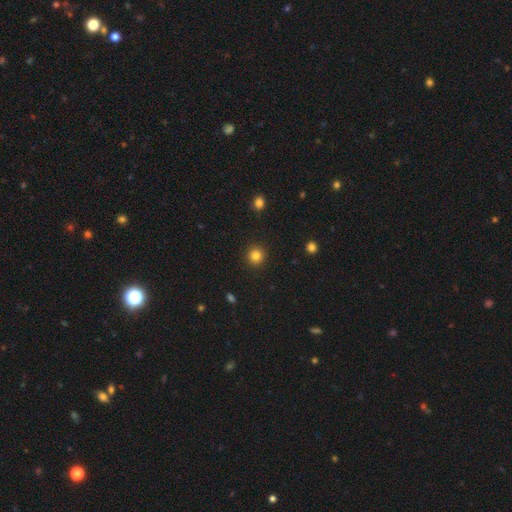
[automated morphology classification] smooth 83%, star or artifact 12%, featured or disk 5%. Down the decision tree: how rounded — round (94%); merging — none (92%).